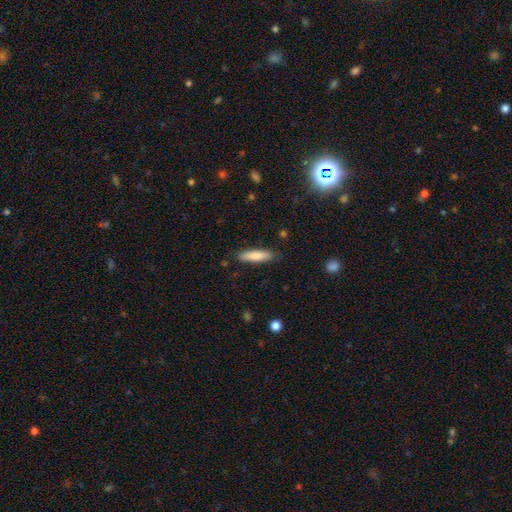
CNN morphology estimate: Q: Smooth or featured?
A: smooth (82%); runner-up: featured or disk (13%)
Q: How rounded?
A: cigar-shaped (74%); runner-up: in between (24%)
Q: Merging?
A: none (85%); runner-up: minor disturbance (11%)